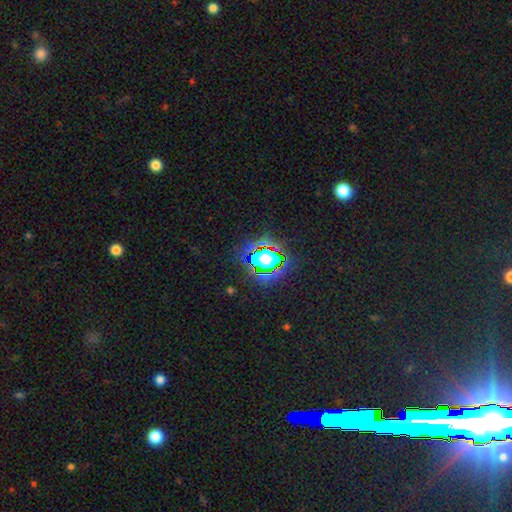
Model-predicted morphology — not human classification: Smooth or featured? star or artifact (74%)